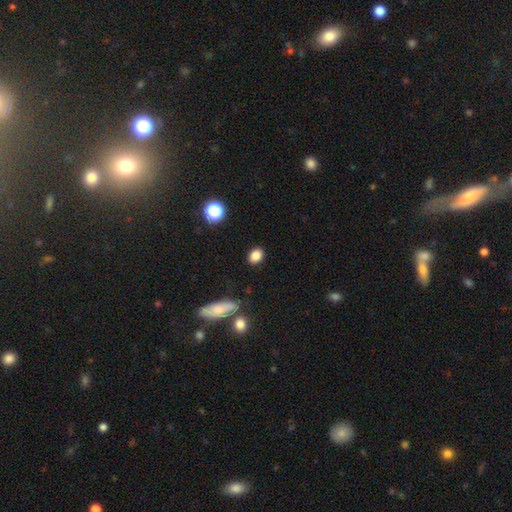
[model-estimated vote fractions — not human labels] Q: Smooth or featured?
A: smooth (85%); runner-up: star or artifact (10%)
Q: How rounded?
A: in between (64%); runner-up: round (34%)
Q: Merging?
A: none (87%); runner-up: minor disturbance (9%)